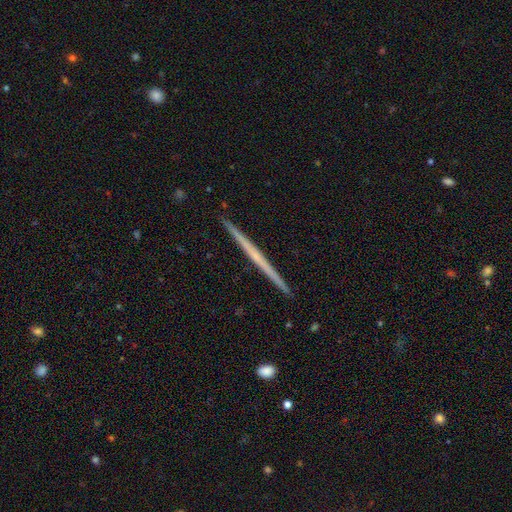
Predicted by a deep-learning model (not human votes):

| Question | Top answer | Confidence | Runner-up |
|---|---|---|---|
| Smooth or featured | featured or disk | 64% | smooth (30%) |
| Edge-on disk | yes | 98% | no (2%) |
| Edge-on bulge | none | 84% | rounded (12%) |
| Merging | none | 93% | minor disturbance (5%) |